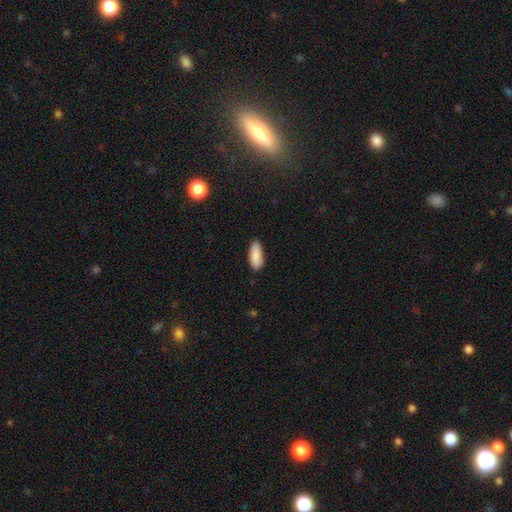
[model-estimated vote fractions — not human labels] Smooth or featured?
  - smooth: 90% *
  - star or artifact: 6%
  - featured or disk: 4%
How rounded?
  - in between: 76% *
  - cigar-shaped: 22%
  - round: 2%
Merging?
  - none: 84% *
  - minor disturbance: 13%
  - major disturbance: 2%
  - merger: 1%